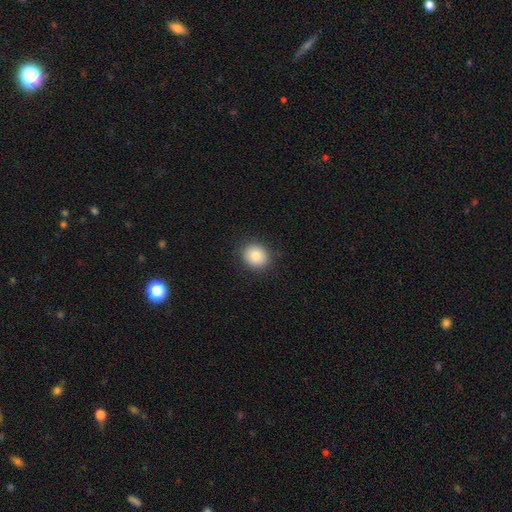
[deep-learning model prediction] A smooth galaxy with no disk features (83%) that is round (84%). Merging: none (89%).